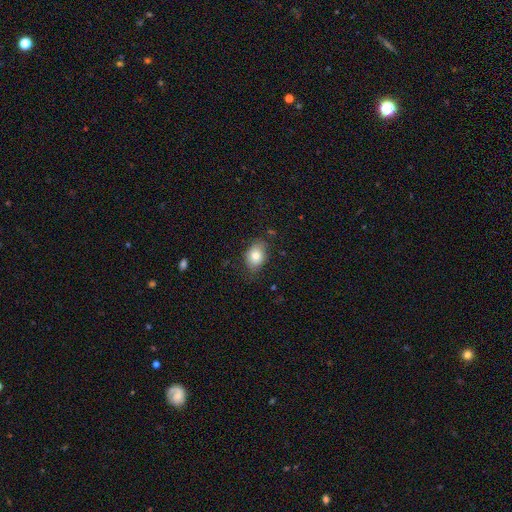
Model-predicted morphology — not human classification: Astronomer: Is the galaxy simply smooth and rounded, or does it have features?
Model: smooth — 79%.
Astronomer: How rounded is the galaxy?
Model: in between — 74%.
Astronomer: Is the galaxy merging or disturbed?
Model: none — 74%.